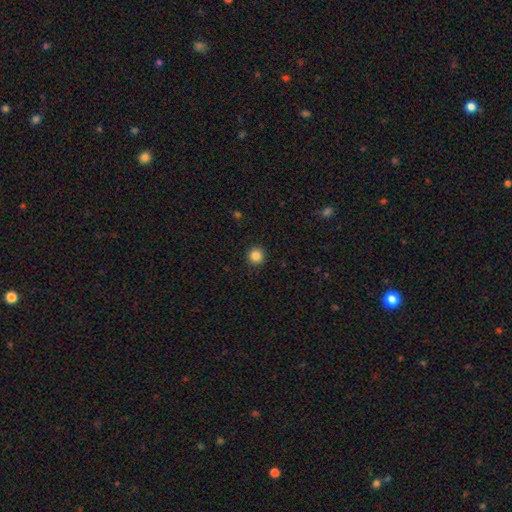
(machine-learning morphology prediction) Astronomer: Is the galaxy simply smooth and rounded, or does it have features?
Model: smooth — 85%.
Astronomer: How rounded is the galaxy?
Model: round — 95%.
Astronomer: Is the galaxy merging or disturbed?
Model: none — 93%.